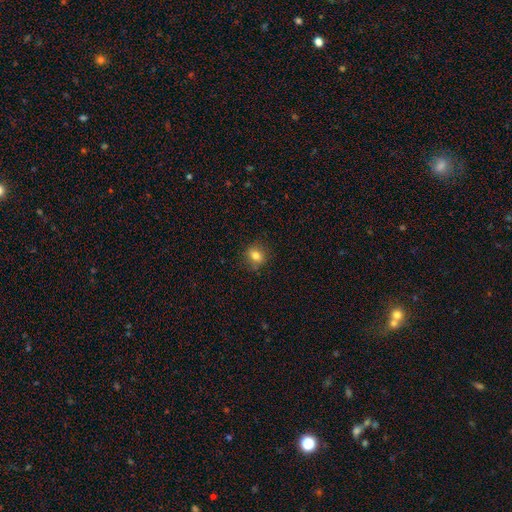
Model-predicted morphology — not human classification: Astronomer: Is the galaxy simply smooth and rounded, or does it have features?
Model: smooth — 80%.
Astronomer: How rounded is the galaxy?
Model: round — 64%.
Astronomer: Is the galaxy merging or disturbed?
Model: none — 84%.